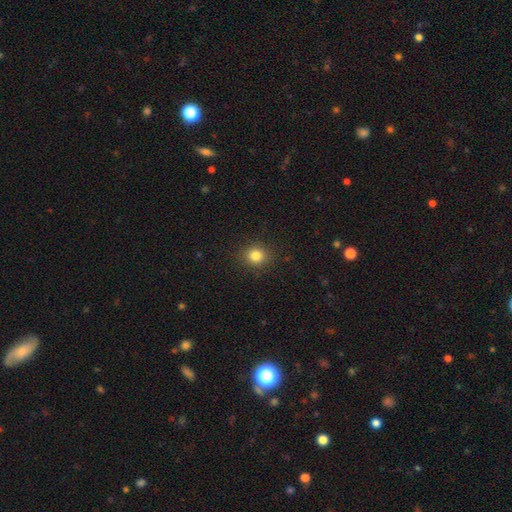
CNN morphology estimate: Overall: smooth (83%). How rounded: round (81%). Merging: none (90%).